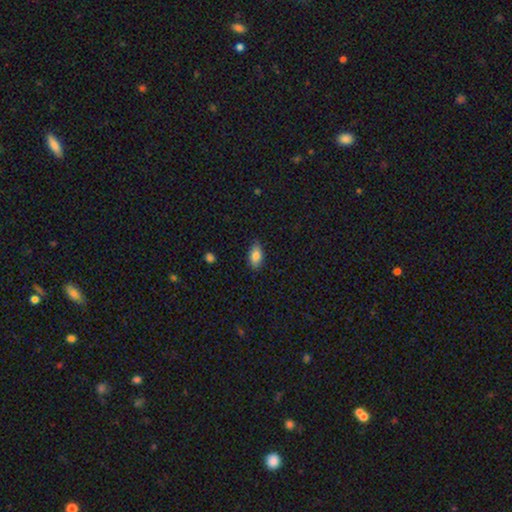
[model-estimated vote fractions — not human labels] Smooth or featured? smooth (83%)
How rounded? in between (90%)
Merging? none (84%)